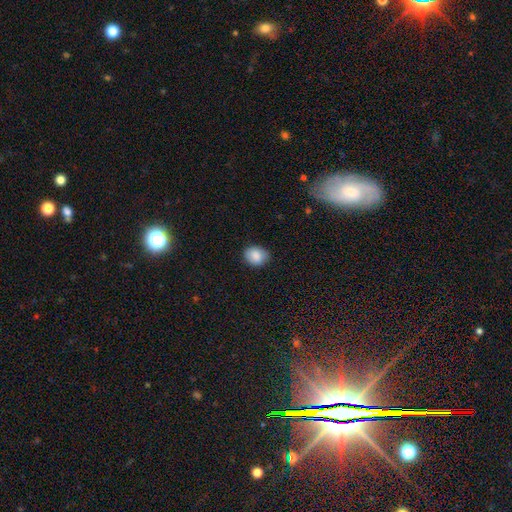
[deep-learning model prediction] Overall: smooth (86%). How rounded: in between (53%; round 46%). Merging: none (81%).